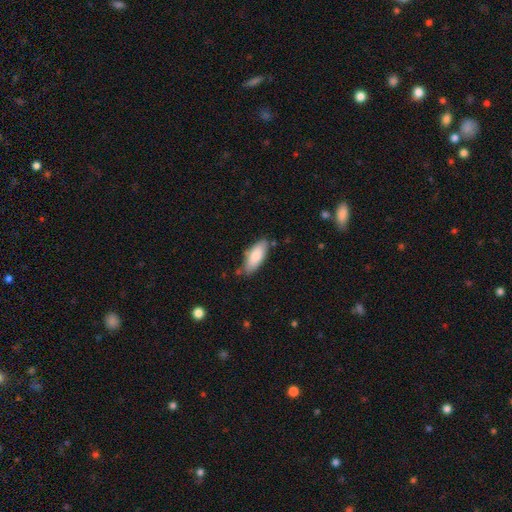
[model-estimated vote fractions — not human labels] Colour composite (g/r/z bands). It shows a smooth galaxy with no disk features (82%) that is in between round and cigar-shaped (78%). Merging: none (73%).